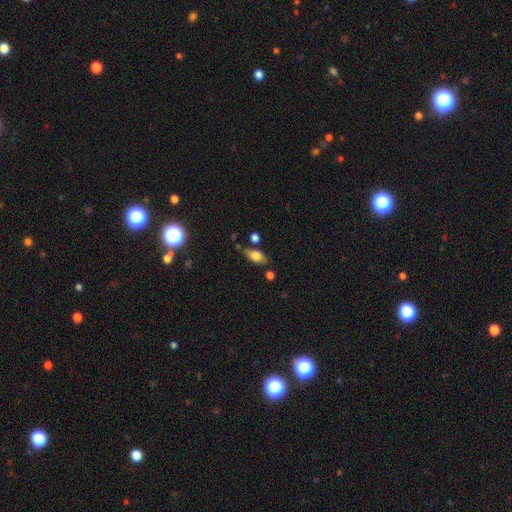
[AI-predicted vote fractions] Smooth or featured: smooth — 72% (featured or disk — 19%)
How rounded: in between — 83% (cigar-shaped — 11%)
Merging: none — 64% (minor disturbance — 21%)